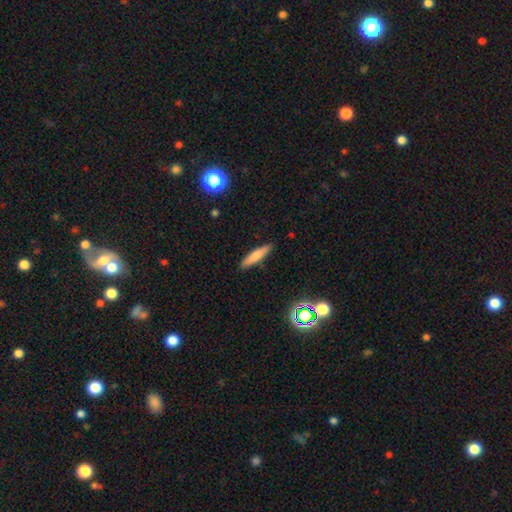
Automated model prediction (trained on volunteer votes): A smooth galaxy with no disk features (75%) that is cigar-shaped (83%). Merging: none (89%).